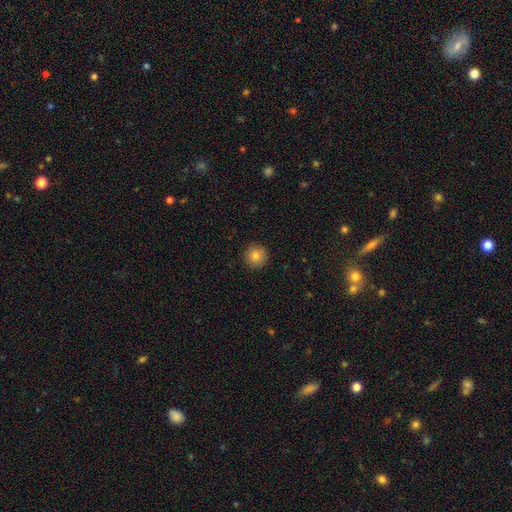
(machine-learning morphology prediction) Smooth or featured?
  - smooth: 83% *
  - star or artifact: 10%
  - featured or disk: 7%
How rounded?
  - round: 95% *
  - in between: 4%
  - cigar-shaped: 1%
Merging?
  - none: 92% *
  - minor disturbance: 6%
  - major disturbance: 2%
  - merger: 1%